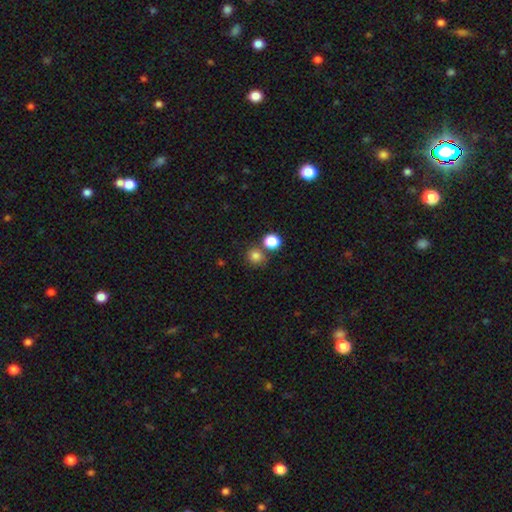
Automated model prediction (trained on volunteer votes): smooth_or_featured: smooth (p=0.81) [alt: star or artifact p=0.14]
how_rounded: round (p=0.87) [alt: in between p=0.12]
merging: none (p=0.73) [alt: merger p=0.16]